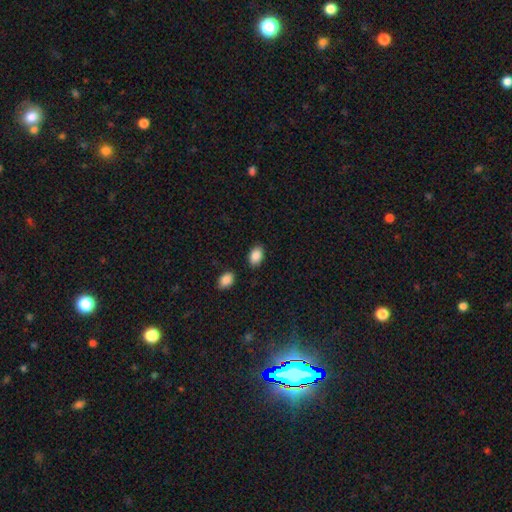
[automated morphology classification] Smooth or featured: smooth — 88% (star or artifact — 8%)
How rounded: in between — 88% (round — 11%)
Merging: none — 83% (minor disturbance — 11%)